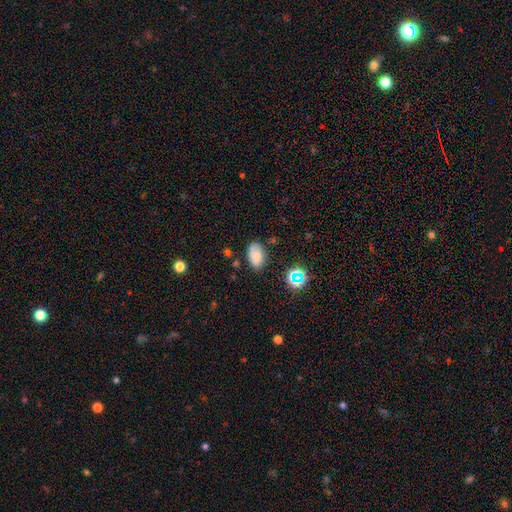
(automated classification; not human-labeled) smooth_or_featured: smooth (p=0.75) [alt: featured or disk p=0.13]
how_rounded: in between (p=0.92) [alt: round p=0.07]
merging: none (p=0.75) [alt: minor disturbance p=0.18]